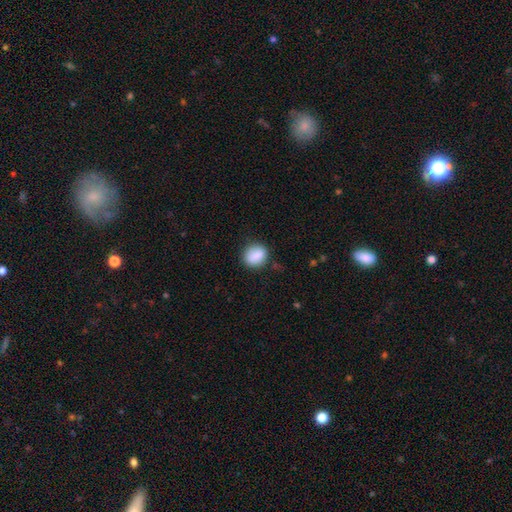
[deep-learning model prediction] Morphology: type=smooth (86%); roundness=round (57%); merging=none (81%).